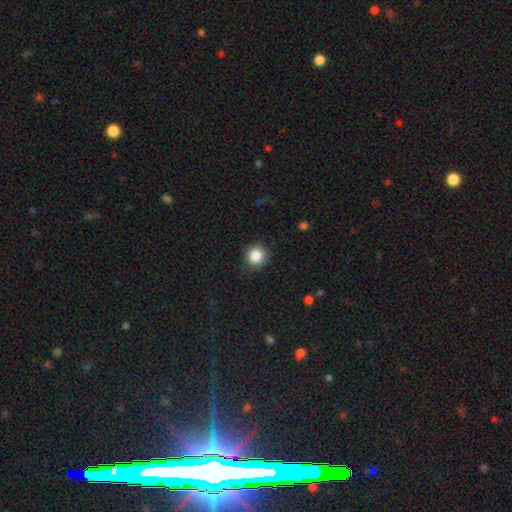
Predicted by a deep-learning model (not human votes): A smooth galaxy with no disk features (86%) that is round (92%).

Vote fractions:
- Smooth or featured? smooth: 86% / star or artifact: 10% / featured or disk: 4%
- How rounded? round: 92% / in between: 7% / cigar-shaped: 1%
- Merging? none: 89% / minor disturbance: 8% / major disturbance: 2% / merger: 1%